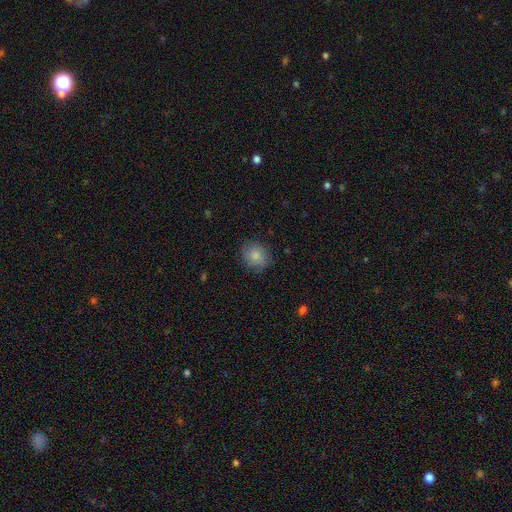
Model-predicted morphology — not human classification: A smooth galaxy with no disk features (84%) that is round (78%). Merging: none (83%).